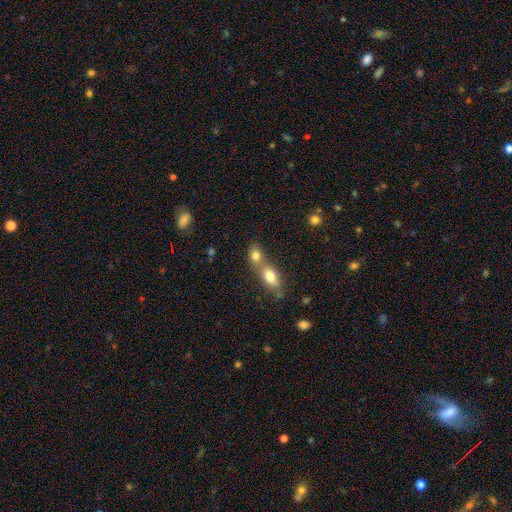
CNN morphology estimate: A smooth galaxy with no disk features (78%) that is in between round and cigar-shaped (63%). Merging: merger (64%).